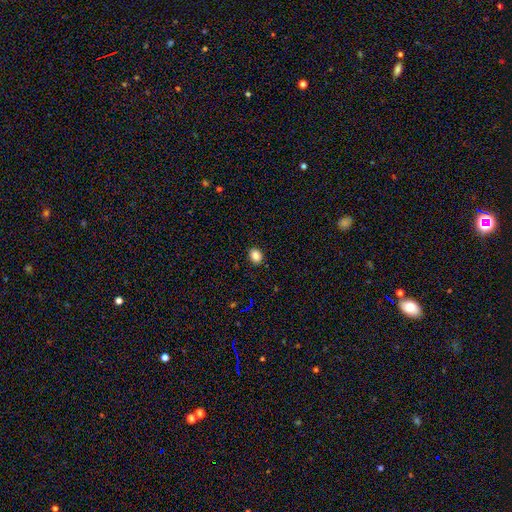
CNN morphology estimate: Smooth or featured? Predicted: smooth (p=0.86). How rounded? Predicted: in between (p=0.54). Merging? Predicted: none (p=0.89).